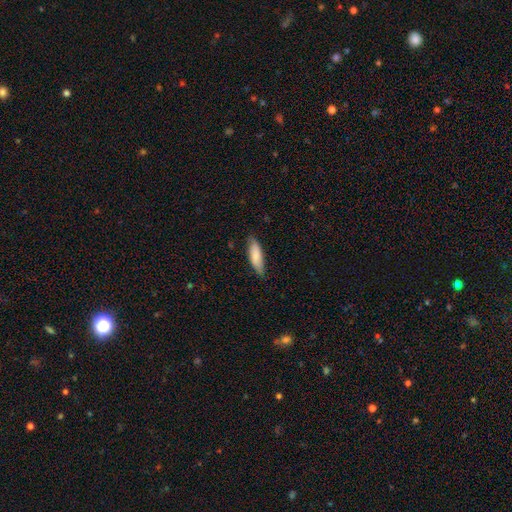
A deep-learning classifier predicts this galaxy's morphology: smooth-or-featured: smooth: 82% | featured or disk: 12% | star or artifact: 6%
  how-rounded: in between: 55% | cigar-shaped: 43% | round: 2%
  merging: none: 74% | minor disturbance: 21% | major disturbance: 3% | merger: 1%